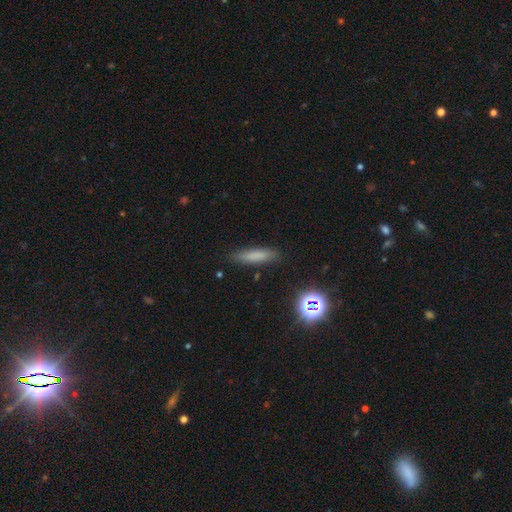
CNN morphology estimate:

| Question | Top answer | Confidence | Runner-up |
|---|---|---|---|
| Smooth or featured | smooth | 74% | featured or disk (13%) |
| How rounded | cigar-shaped | 81% | in between (17%) |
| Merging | none | 86% | minor disturbance (10%) |